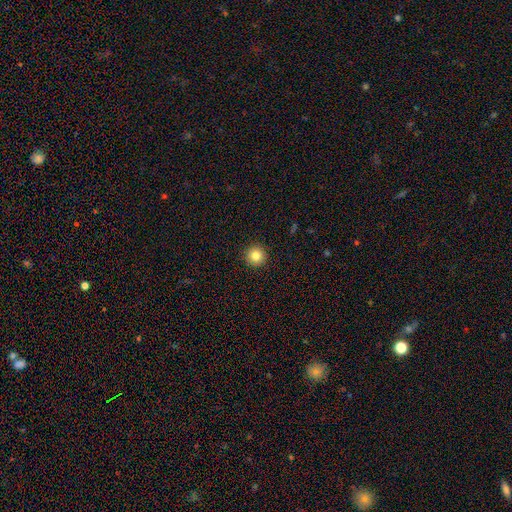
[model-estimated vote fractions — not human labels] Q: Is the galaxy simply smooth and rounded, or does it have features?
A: smooth — 83%.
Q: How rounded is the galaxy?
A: round — 96%.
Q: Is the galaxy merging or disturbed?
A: none — 93%.